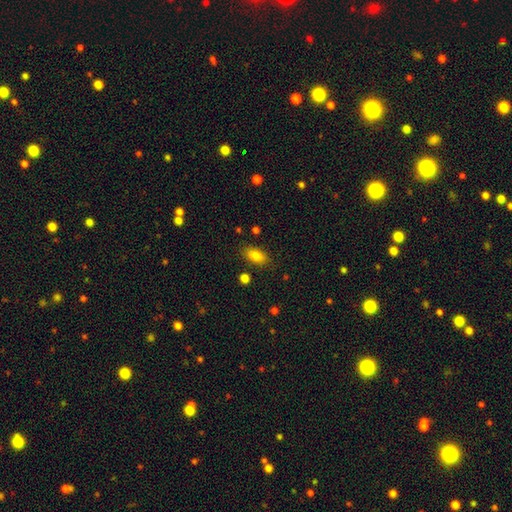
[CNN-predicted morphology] This is clearly a smooth galaxy (83%). How rounded: clearly in between (87%). Merging: clearly none (83%).